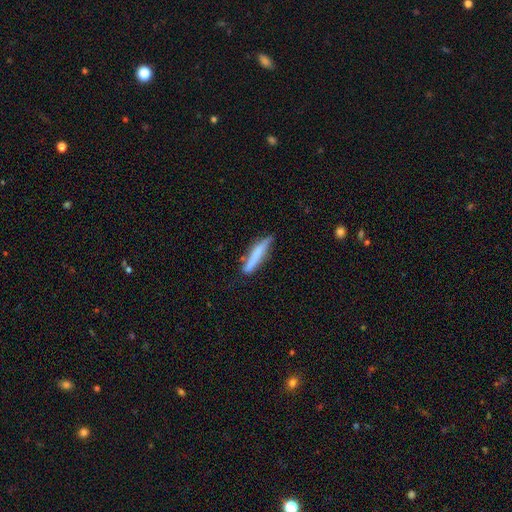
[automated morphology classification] The model was most divided on "smooth or featured": smooth: 69%, featured or disk: 25%, star or artifact: 6%. More confident: how rounded — cigar-shaped (91%); merging — none (69%).